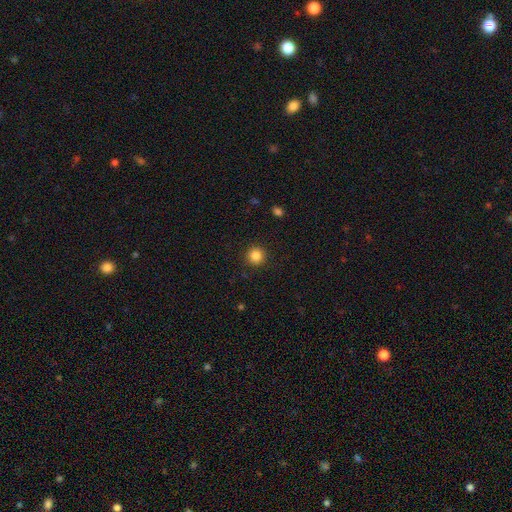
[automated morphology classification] The model was most divided on "smooth or featured": smooth: 85%, star or artifact: 11%, featured or disk: 4%. More confident: how rounded — round (95%); merging — none (91%).